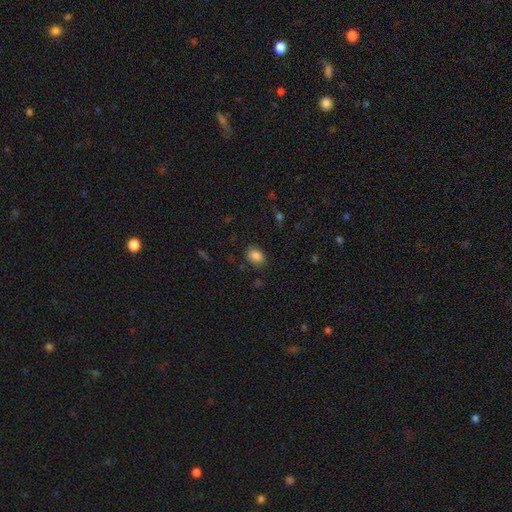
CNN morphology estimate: smooth-or-featured: smooth: 85% | star or artifact: 9% | featured or disk: 6%
  how-rounded: in between: 68% | round: 30% | cigar-shaped: 1%
  merging: none: 80% | minor disturbance: 15% | major disturbance: 4% | merger: 2%